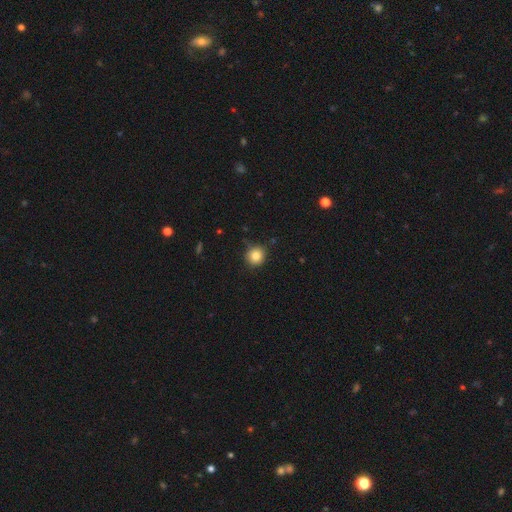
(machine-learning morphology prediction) A smooth galaxy with no disk features (83%) that is round (92%). Merging: none (85%).